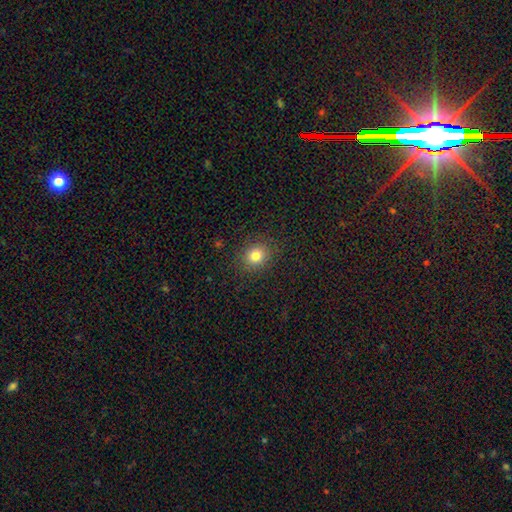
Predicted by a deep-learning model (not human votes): Morphology: type=smooth (80%); roundness=round (73%); merging=none (88%).